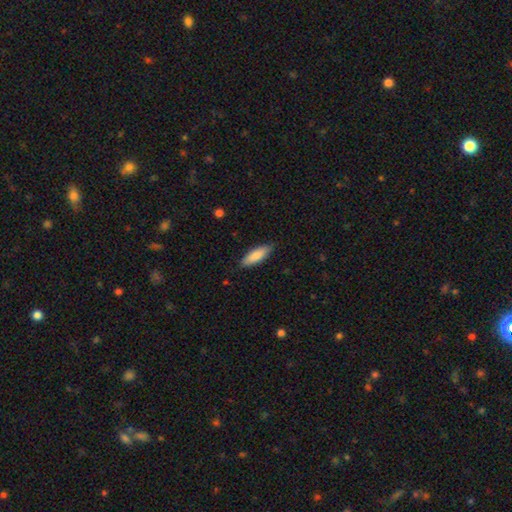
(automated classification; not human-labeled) Smooth or featured? Predicted: smooth (p=0.84). How rounded? Predicted: in between (p=0.57). Merging? Predicted: none (p=0.85).